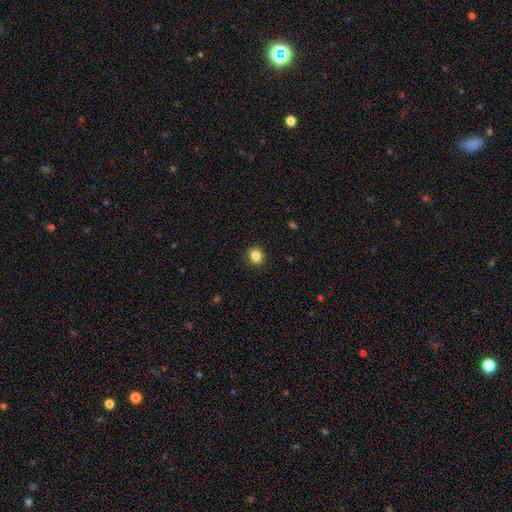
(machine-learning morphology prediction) smooth-or-featured: smooth: 85% | star or artifact: 10% | featured or disk: 5%
  how-rounded: round: 73% | in between: 26% | cigar-shaped: 1%
  merging: none: 89% | minor disturbance: 8% | major disturbance: 2% | merger: 1%